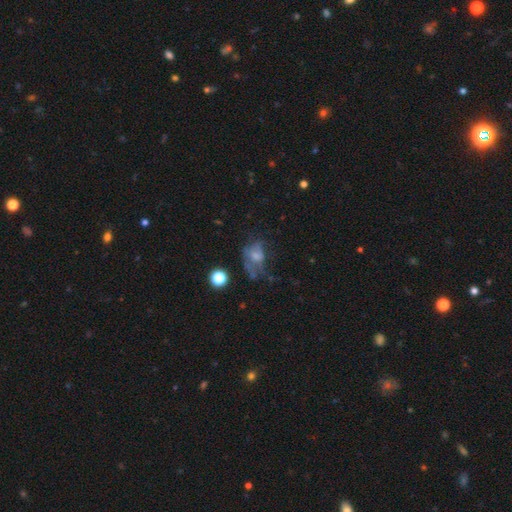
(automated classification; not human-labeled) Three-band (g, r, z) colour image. It shows a smooth galaxy with no disk features (44%). Merging: major disturbance (41%).